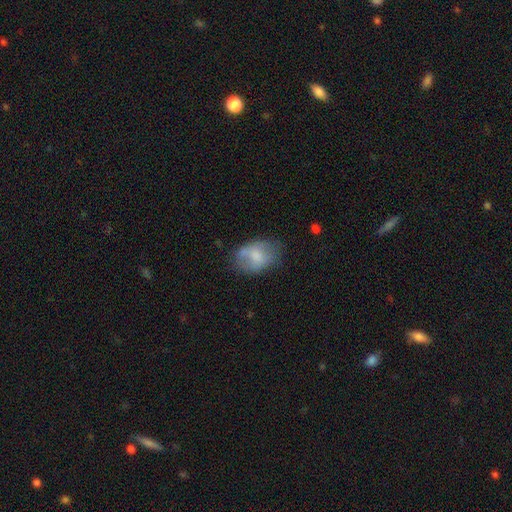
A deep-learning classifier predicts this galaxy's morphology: A smooth galaxy with no disk features (66%) that is in between round and cigar-shaped (82%). Merging: none (53%).